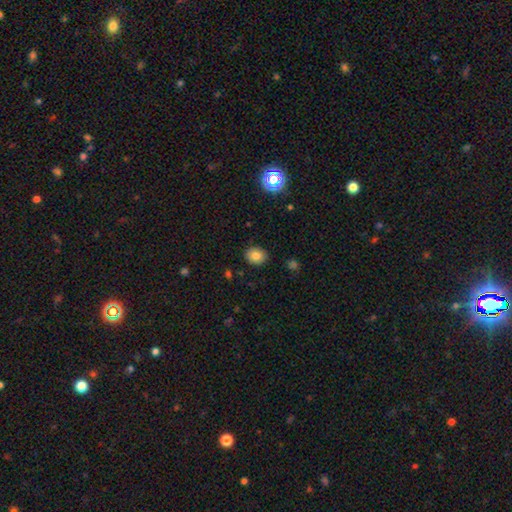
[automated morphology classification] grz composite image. It shows a smooth galaxy with no disk features (81%) that is round (55%). Merging: none (88%).